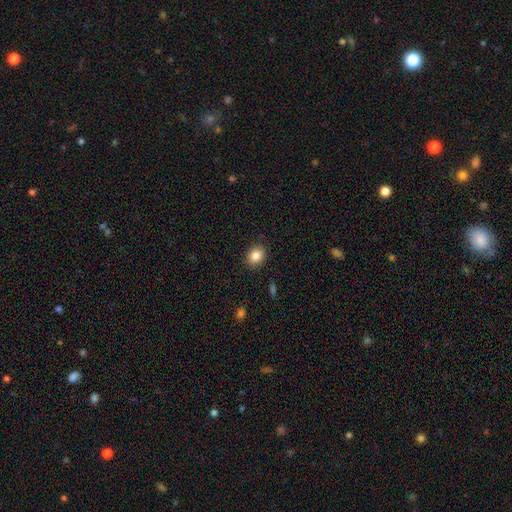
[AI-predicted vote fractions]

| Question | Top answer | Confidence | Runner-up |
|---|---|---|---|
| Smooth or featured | smooth | 86% | star or artifact (9%) |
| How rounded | in between | 55% | round (44%) |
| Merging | none | 88% | minor disturbance (9%) |